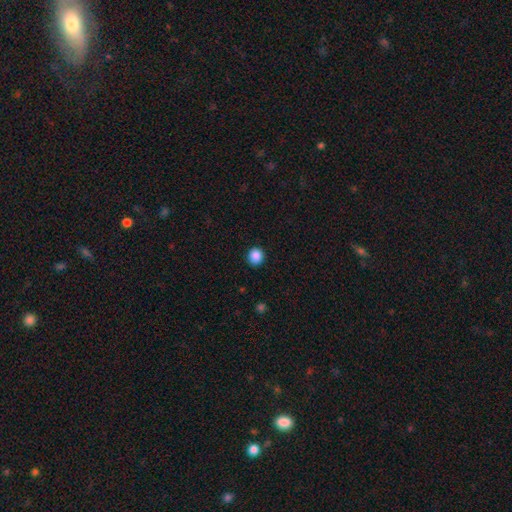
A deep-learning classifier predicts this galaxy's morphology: A smooth galaxy with no disk features (88%) that is round (87%). Merging: none (90%).